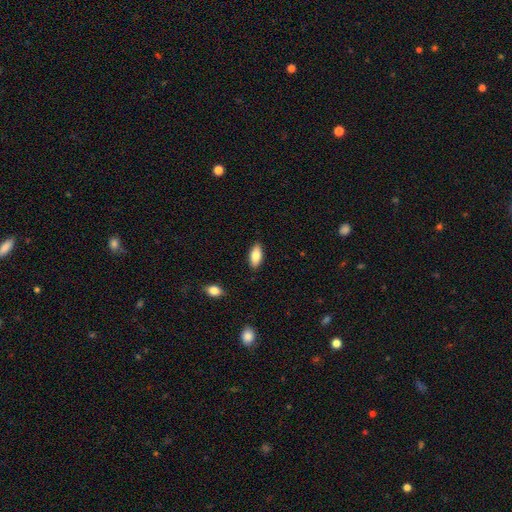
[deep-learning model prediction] Smooth or featured?
  - smooth: 80% *
  - featured or disk: 13%
  - star or artifact: 7%
How rounded?
  - in between: 84% *
  - cigar-shaped: 13%
  - round: 2%
Merging?
  - none: 87% *
  - minor disturbance: 9%
  - major disturbance: 2%
  - merger: 1%